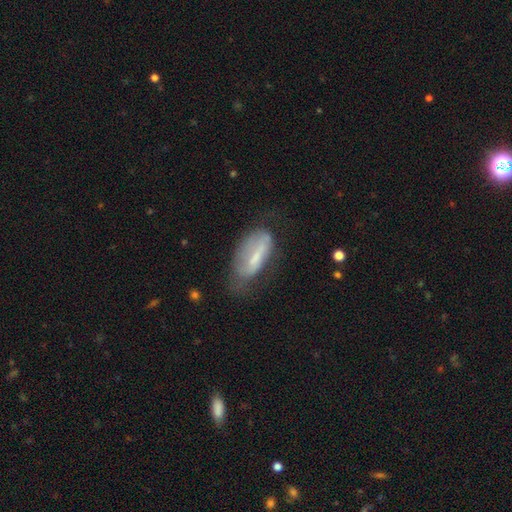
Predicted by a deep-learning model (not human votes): A smooth galaxy with no disk features (50%) that is in between round and cigar-shaped (74%). Merging: none (44%).